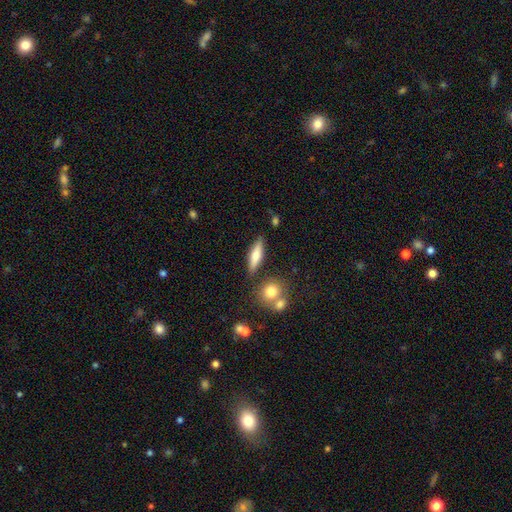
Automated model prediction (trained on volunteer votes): Smooth or featured? smooth (60%)
How rounded? cigar-shaped (62%)
Merging? none (81%)